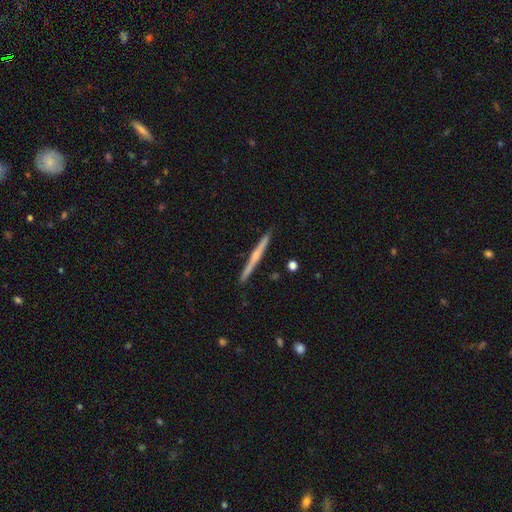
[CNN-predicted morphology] Smooth or featured? featured or disk (62%)
Edge-on disk? yes (98%)
Edge-on bulge? rounded (51%)
Merging? none (91%)